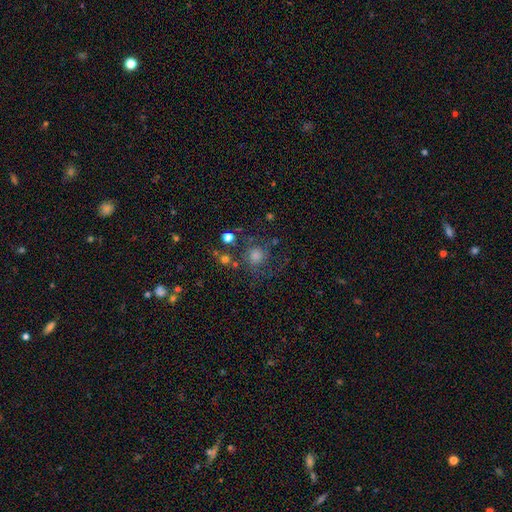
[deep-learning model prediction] Q: Smooth or featured?
A: smooth (52%); runner-up: star or artifact (25%)
Q: How rounded?
A: round (88%); runner-up: in between (11%)
Q: Merging?
A: none (69%); runner-up: minor disturbance (14%)